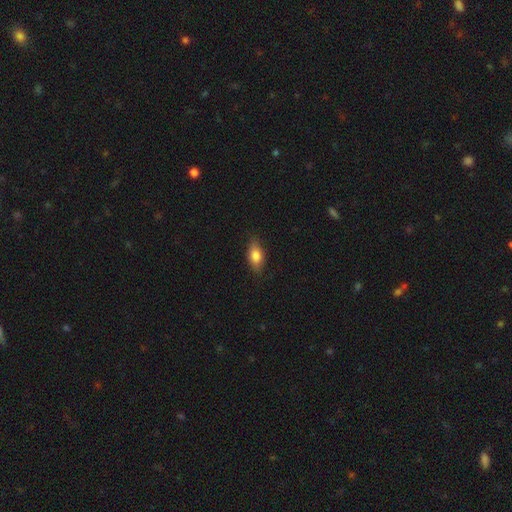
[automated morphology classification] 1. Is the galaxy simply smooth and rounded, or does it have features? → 78% smooth, 15% featured or disk, 7% star or artifact.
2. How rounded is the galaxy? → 85% in between, 9% cigar-shaped, 6% round.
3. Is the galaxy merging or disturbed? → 82% none, 15% minor disturbance, 3% major disturbance, 1% merger.